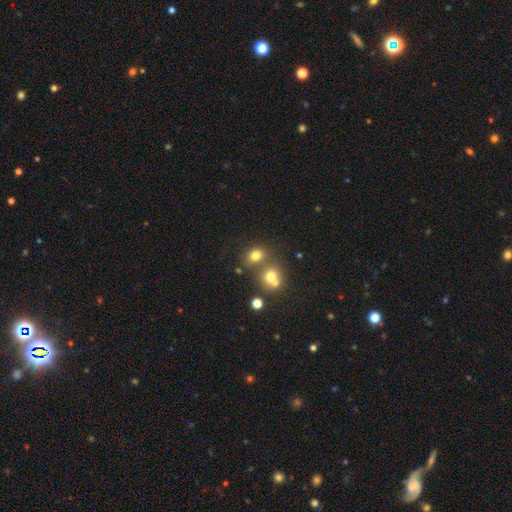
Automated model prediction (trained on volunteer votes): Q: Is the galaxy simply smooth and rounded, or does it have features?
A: smooth — 74%.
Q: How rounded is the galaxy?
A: round — 64%.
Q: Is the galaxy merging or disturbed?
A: none — 55%.